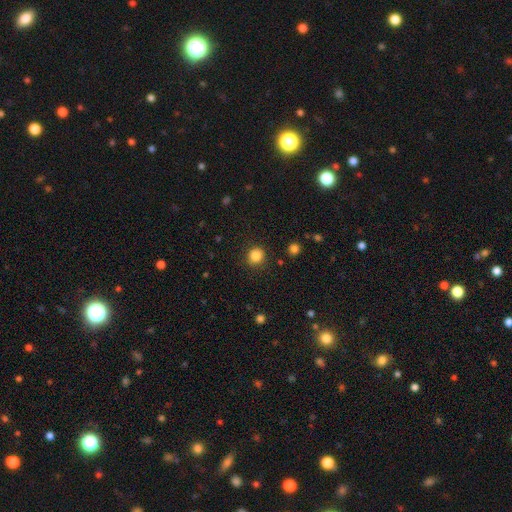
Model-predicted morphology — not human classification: smooth 85%, star or artifact 11%, featured or disk 4%. Down the decision tree: how rounded — round (87%); merging — none (87%).